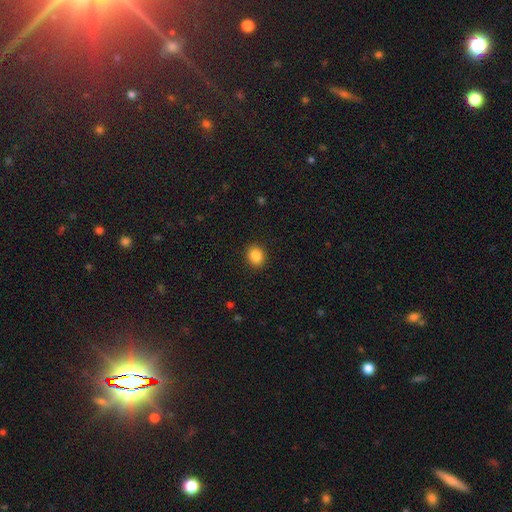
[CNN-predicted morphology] Smooth or featured? smooth (86%)
How rounded? round (67%)
Merging? none (91%)